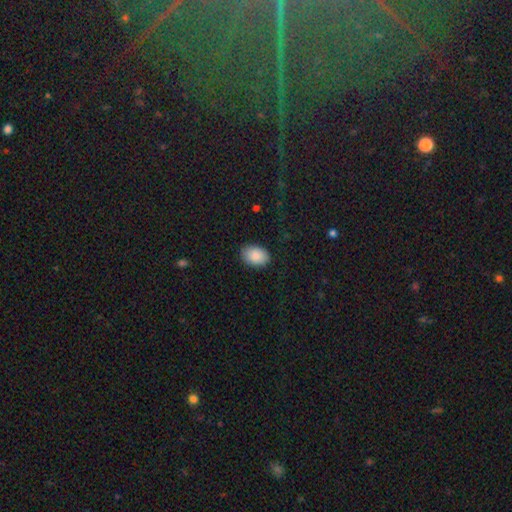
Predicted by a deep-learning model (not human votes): Smooth or featured? smooth (88%)
How rounded? in between (82%)
Merging? none (86%)